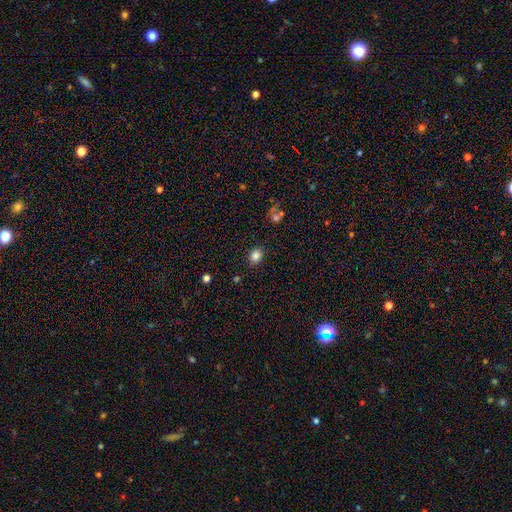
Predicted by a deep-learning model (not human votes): This appears to be a smooth galaxy with no disk features (83%) that is round (72%). Merging: none (85%).